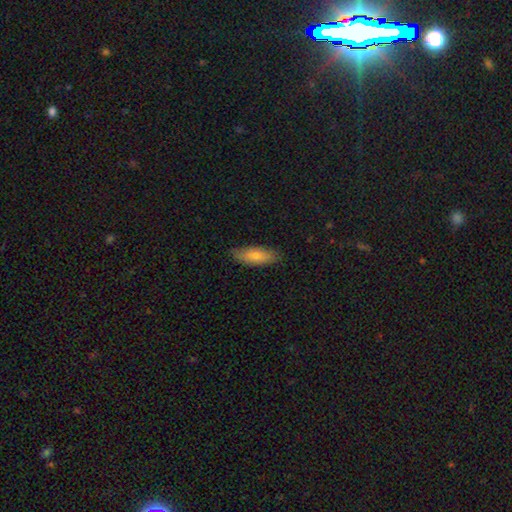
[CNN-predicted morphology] This appears to be a smooth galaxy with no disk features (77%) that is in between round and cigar-shaped (73%). Merging: none (82%).